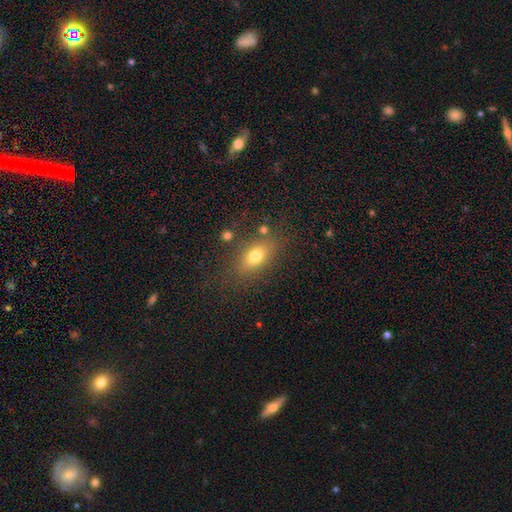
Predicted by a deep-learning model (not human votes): smooth-or-featured: smooth: 73% | featured or disk: 16% | star or artifact: 11%
  how-rounded: in between: 77% | round: 13% | cigar-shaped: 9%
  merging: none: 77% | minor disturbance: 14% | major disturbance: 6% | merger: 4%